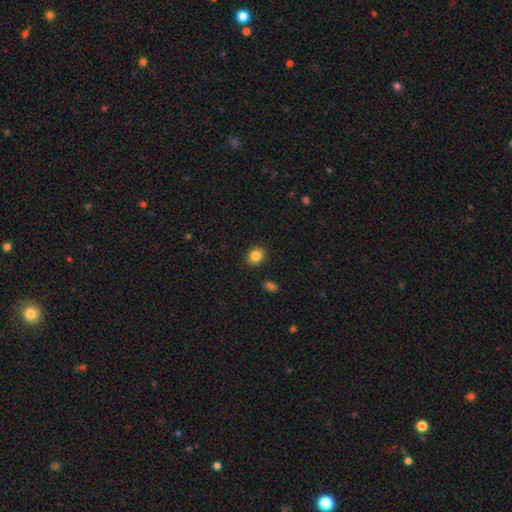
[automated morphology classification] Smooth or featured: smooth — 85% (star or artifact — 10%)
How rounded: round — 66% (in between — 33%)
Merging: none — 90% (minor disturbance — 7%)